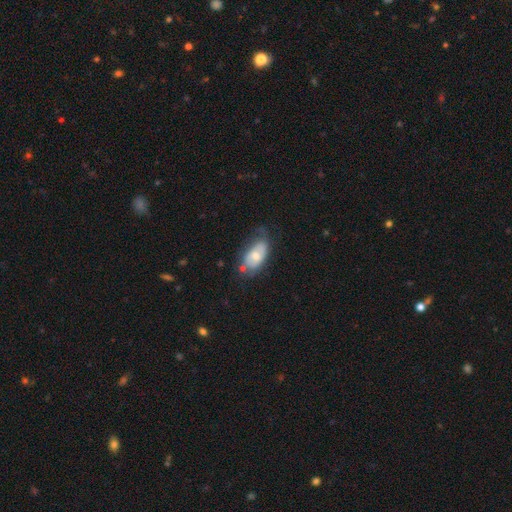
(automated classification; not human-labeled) Morphology: type=smooth (60%); roundness=in between (91%); merging=none (45%).